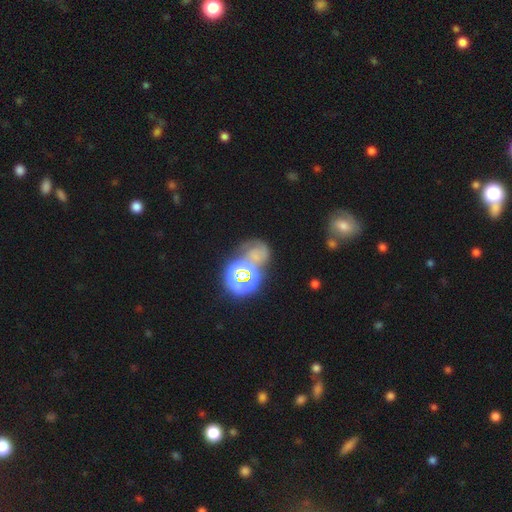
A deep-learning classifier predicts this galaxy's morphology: A star or artifact, not a galaxy (41%).

Vote fractions:
- Smooth or featured? star or artifact: 41% / smooth: 38% / featured or disk: 21%